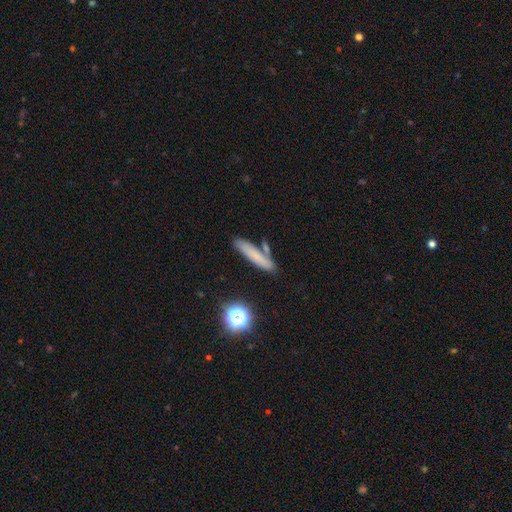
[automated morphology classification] Smooth or featured? smooth (70%)
How rounded? cigar-shaped (84%)
Merging? none (74%)